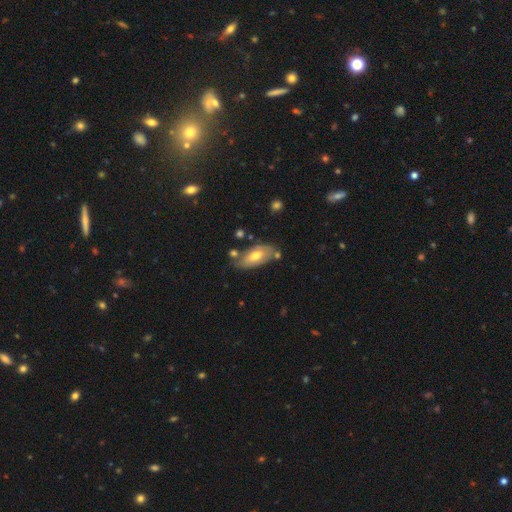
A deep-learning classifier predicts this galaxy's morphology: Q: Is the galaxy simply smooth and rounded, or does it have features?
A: smooth — 55%.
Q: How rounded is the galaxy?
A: in between — 89%.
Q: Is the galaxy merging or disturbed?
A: none — 66%.